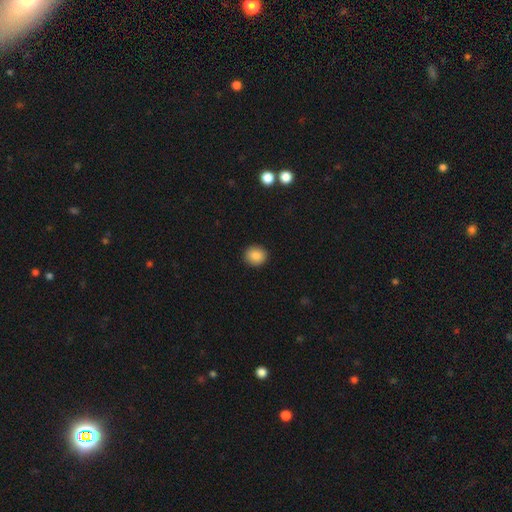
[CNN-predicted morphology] Overall: smooth (87%). How rounded: round (82%). Merging: none (91%).